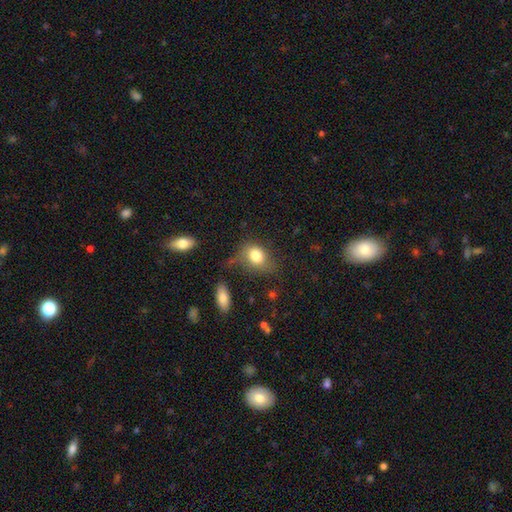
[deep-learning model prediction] Smooth or featured? Predicted: smooth (p=0.81). How rounded? Predicted: in between (p=0.66). Merging? Predicted: none (p=0.59).